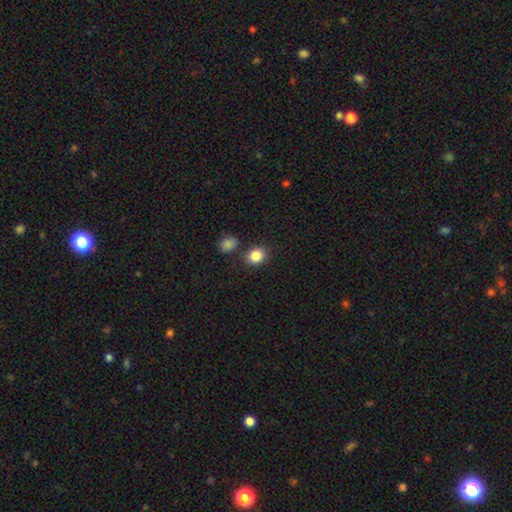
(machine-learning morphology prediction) A smooth galaxy with no disk features (85%) that is round (64%).

Vote fractions:
- Smooth or featured? smooth: 85% / star or artifact: 10% / featured or disk: 5%
- How rounded? round: 64% / in between: 35% / cigar-shaped: 1%
- Merging? none: 78% / minor disturbance: 10% / merger: 9% / major disturbance: 3%